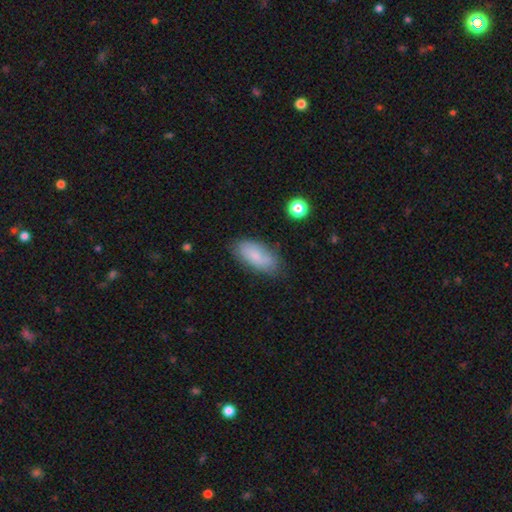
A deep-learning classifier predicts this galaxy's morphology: smooth_or_featured: smooth (p=0.78) [alt: featured or disk p=0.15]
how_rounded: in between (p=0.87) [alt: cigar-shaped p=0.11]
merging: none (p=0.75) [alt: minor disturbance p=0.19]